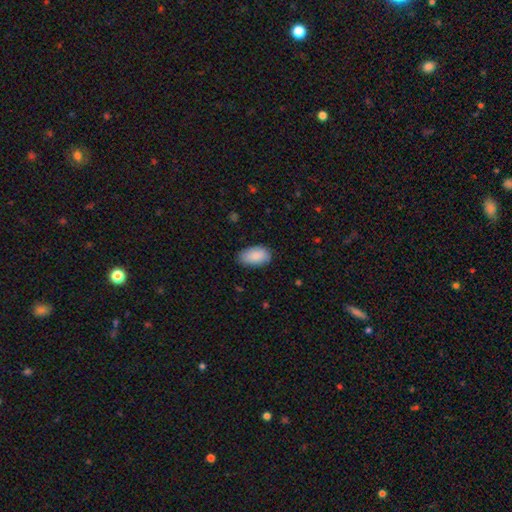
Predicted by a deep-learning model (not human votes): Smooth or featured: smooth — 88% (star or artifact — 6%)
How rounded: in between — 94% (round — 4%)
Merging: none — 83% (minor disturbance — 14%)